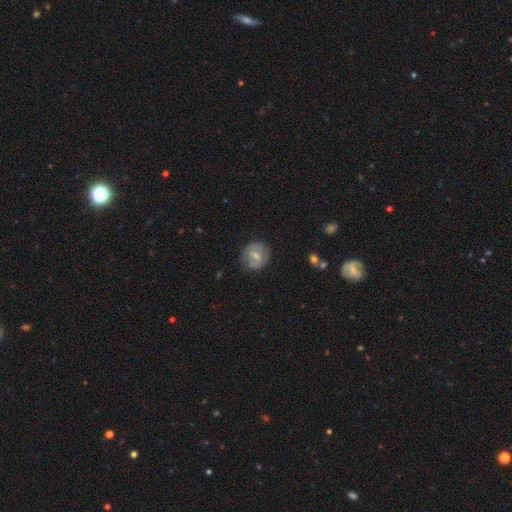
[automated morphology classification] smooth_or_featured: smooth (p=0.47) [alt: featured or disk p=0.45]
merging: none (p=0.76) [alt: minor disturbance p=0.17]